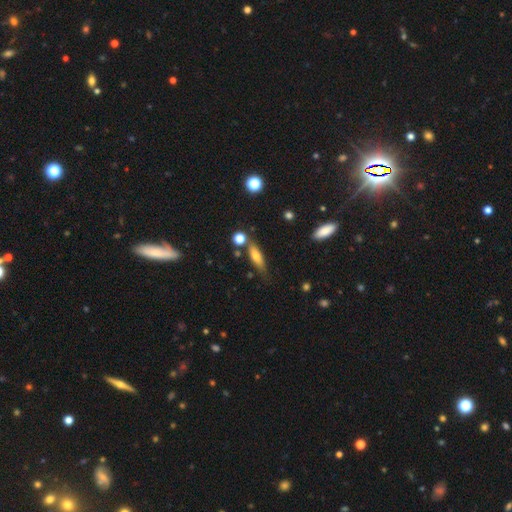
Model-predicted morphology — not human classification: The model was most divided on "how rounded": cigar-shaped: 52%, in between: 45%, round: 4%. More confident: smooth or featured — smooth (68%); merging — none (67%).